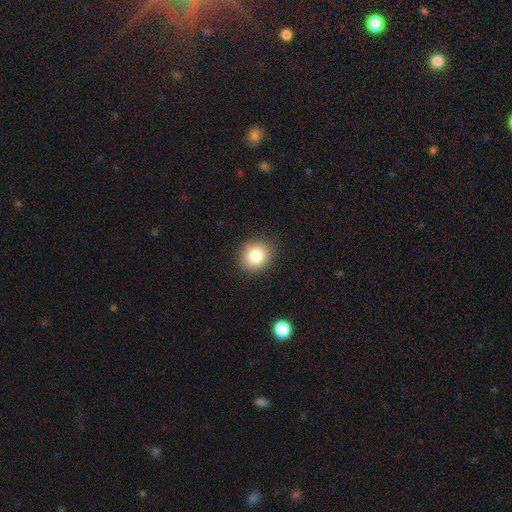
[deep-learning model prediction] Smooth or featured? Predicted: smooth (p=0.83). How rounded? Predicted: round (p=0.76). Merging? Predicted: none (p=0.89).